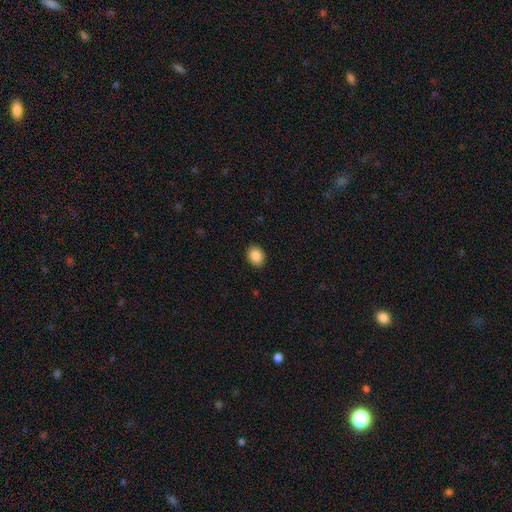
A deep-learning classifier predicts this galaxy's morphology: smooth-or-featured: smooth: 88% | star or artifact: 8% | featured or disk: 4%
  how-rounded: in between: 52% | round: 48% | cigar-shaped: 1%
  merging: none: 91% | minor disturbance: 7% | major disturbance: 2% | merger: 1%